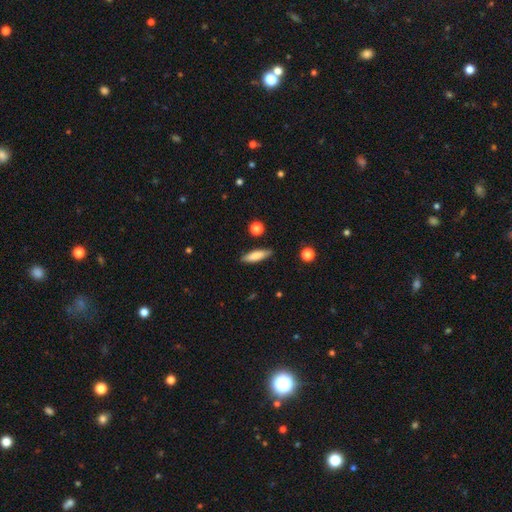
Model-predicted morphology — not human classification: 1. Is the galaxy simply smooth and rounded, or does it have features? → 77% smooth, 16% featured or disk, 7% star or artifact.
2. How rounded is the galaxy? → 70% cigar-shaped, 28% in between, 2% round.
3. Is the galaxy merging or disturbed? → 86% none, 10% minor disturbance, 2% major disturbance, 2% merger.